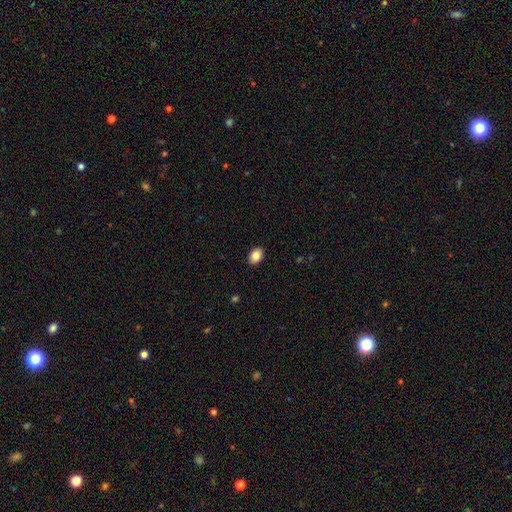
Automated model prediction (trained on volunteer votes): A smooth galaxy with no disk features (85%) that is in between round and cigar-shaped (77%). Merging: none (89%).